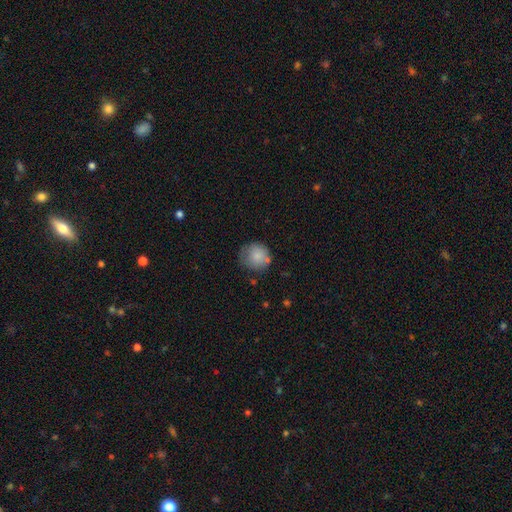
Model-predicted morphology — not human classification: A smooth galaxy with no disk features (82%) that is round (90%).

Vote fractions:
- Smooth or featured? smooth: 82% / featured or disk: 10% / star or artifact: 8%
- How rounded? round: 90% / in between: 9% / cigar-shaped: 1%
- Merging? none: 63% / minor disturbance: 24% / major disturbance: 7% / merger: 5%